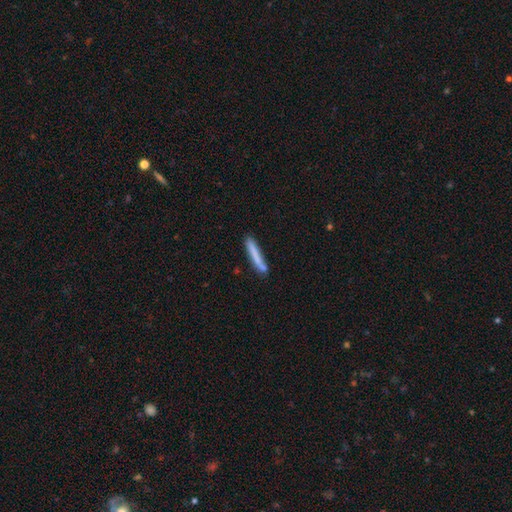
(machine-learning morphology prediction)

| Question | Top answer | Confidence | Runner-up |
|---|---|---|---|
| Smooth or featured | smooth | 74% | featured or disk (20%) |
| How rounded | cigar-shaped | 95% | in between (3%) |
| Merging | none | 78% | minor disturbance (14%) |